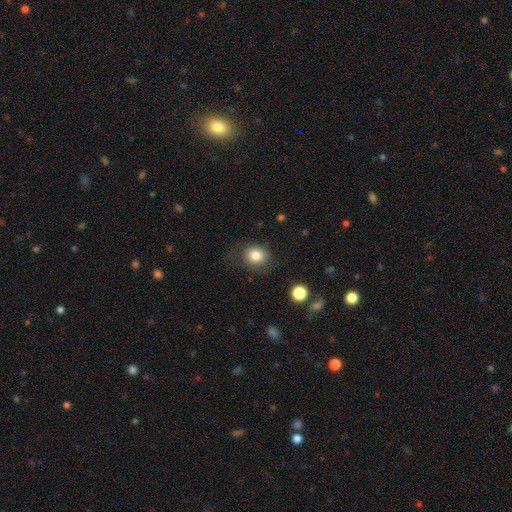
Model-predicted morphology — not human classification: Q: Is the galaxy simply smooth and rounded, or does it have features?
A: smooth — 81%.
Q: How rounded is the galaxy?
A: round — 71%.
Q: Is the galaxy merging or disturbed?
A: none — 67%.